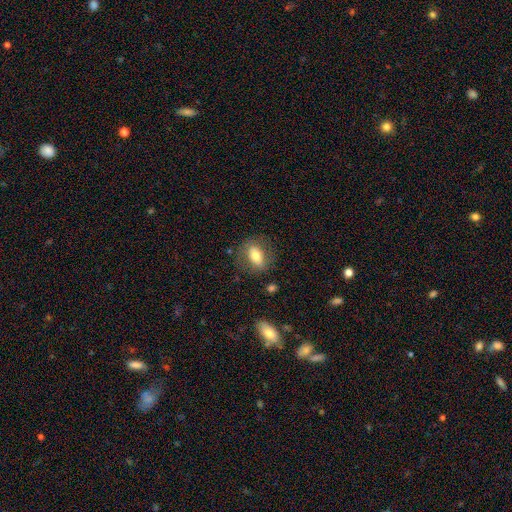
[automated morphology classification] smooth-or-featured: smooth: 64% | featured or disk: 28% | star or artifact: 8%
  how-rounded: in between: 73% | round: 21% | cigar-shaped: 6%
  merging: none: 77% | minor disturbance: 15% | major disturbance: 7% | merger: 2%